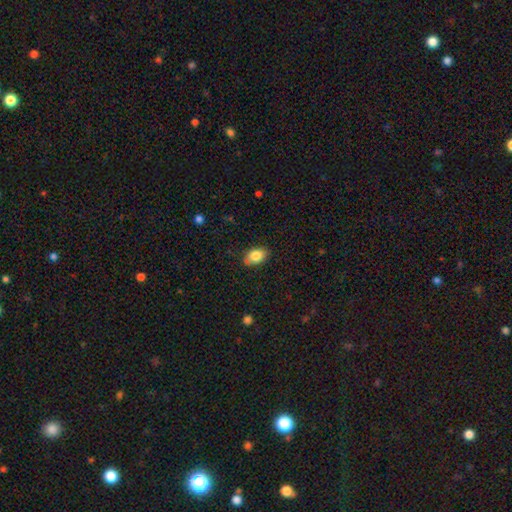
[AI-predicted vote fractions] Morphology: type=smooth (84%); roundness=in between (87%); merging=none (85%).